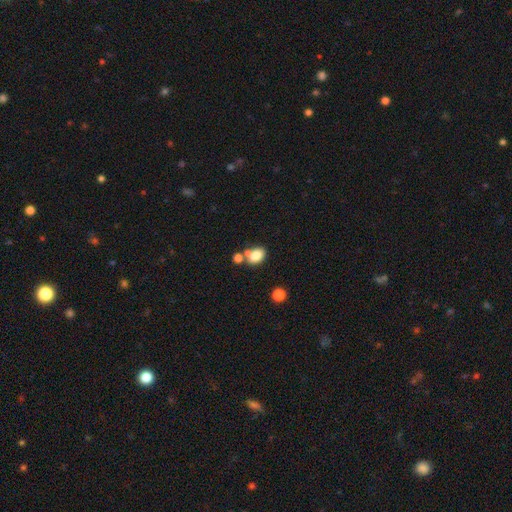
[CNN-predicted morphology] Smooth or featured? Predicted: smooth (p=0.80). How rounded? Predicted: in between (p=0.76). Merging? Predicted: none (p=0.54).